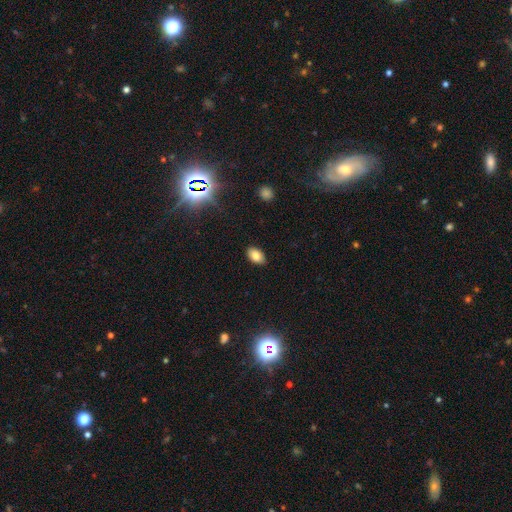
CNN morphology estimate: Q: Smooth or featured?
A: smooth (83%); runner-up: star or artifact (10%)
Q: How rounded?
A: in between (91%); runner-up: round (8%)
Q: Merging?
A: none (88%); runner-up: minor disturbance (9%)